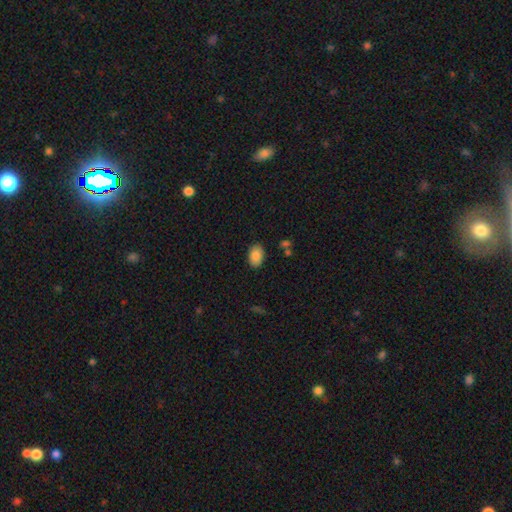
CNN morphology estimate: smooth_or_featured: smooth (p=0.86) [alt: star or artifact p=0.07]
how_rounded: in between (p=0.87) [alt: round p=0.11]
merging: none (p=0.86) [alt: minor disturbance p=0.10]